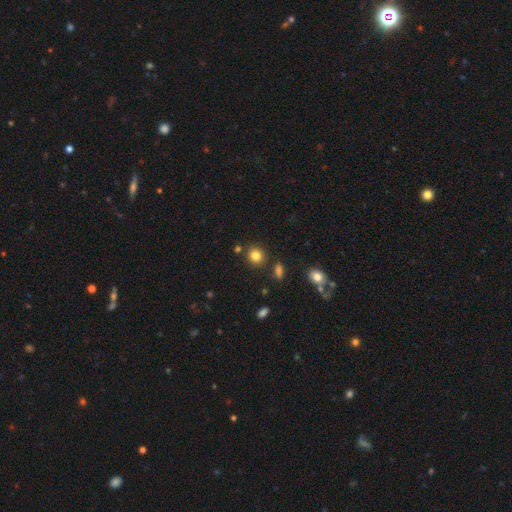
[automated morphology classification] type=smooth (82%); roundness=round (85%); merging=none (83%).